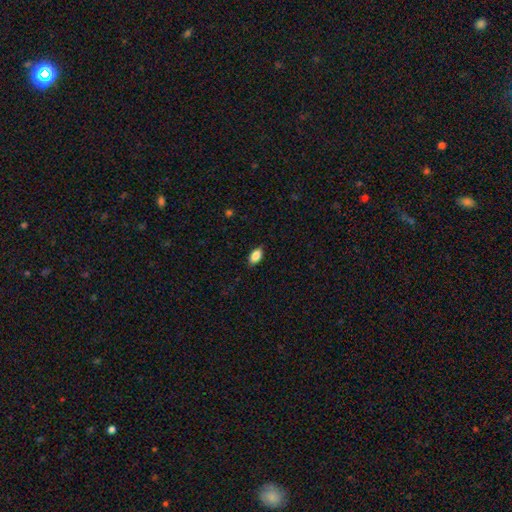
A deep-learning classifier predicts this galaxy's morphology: Smooth or featured: smooth — 85% (star or artifact — 8%)
How rounded: in between — 90% (round — 5%)
Merging: none — 86% (minor disturbance — 11%)